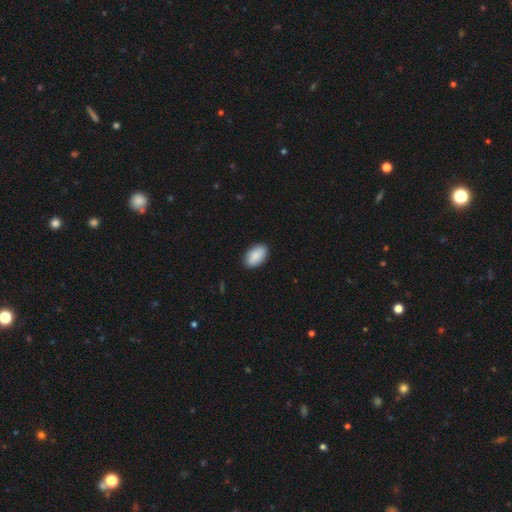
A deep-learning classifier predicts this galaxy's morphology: type=smooth (87%); roundness=in between (94%); merging=none (88%).